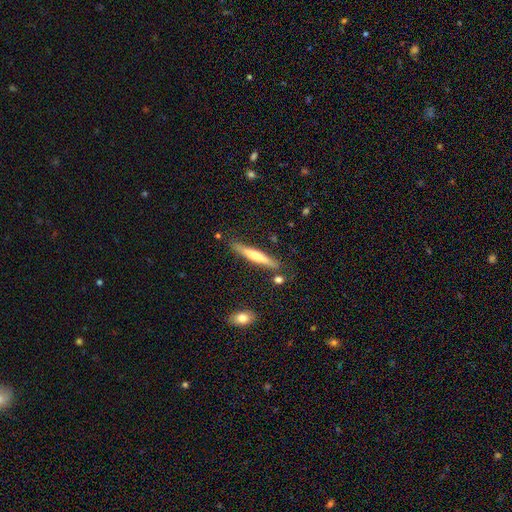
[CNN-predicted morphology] smooth_or_featured: smooth (p=0.48) [alt: featured or disk p=0.45]
merging: none (p=0.81) [alt: minor disturbance p=0.12]